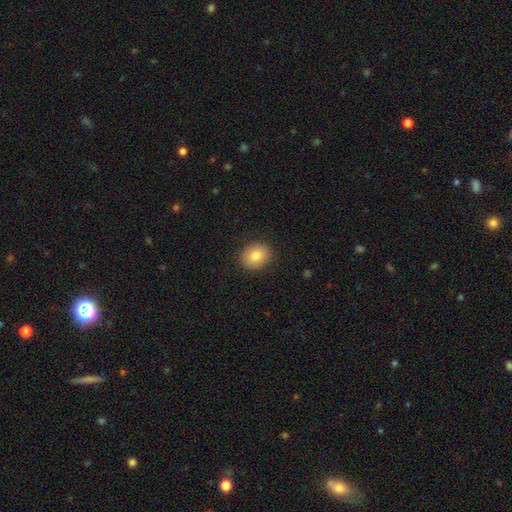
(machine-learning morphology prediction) smooth_or_featured: smooth (p=0.83) [alt: star or artifact p=0.09]
how_rounded: round (p=0.60) [alt: in between p=0.39]
merging: none (p=0.89) [alt: minor disturbance p=0.08]